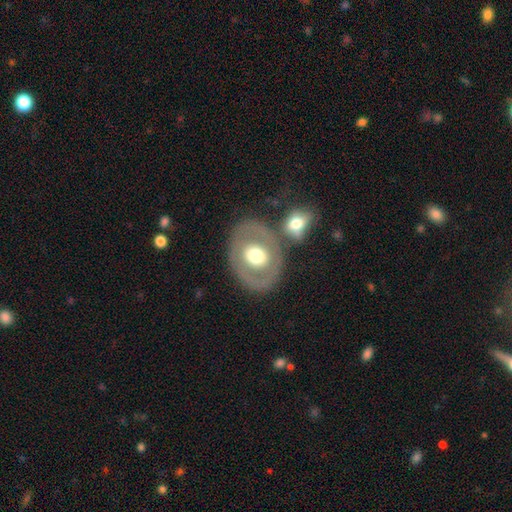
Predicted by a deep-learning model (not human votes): smooth_or_featured: featured or disk (p=0.50) [alt: smooth p=0.43]
disk_edge_on: no (p=0.93) [alt: yes p=0.07]
merging: none (p=0.66) [alt: merger p=0.16]